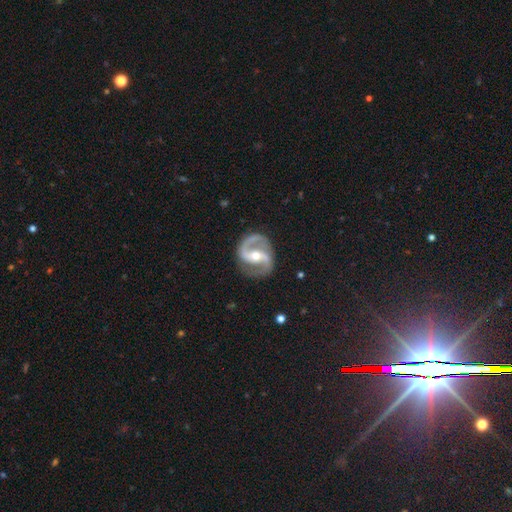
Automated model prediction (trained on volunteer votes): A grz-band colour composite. It shows a featured or disk galaxy (93%) with a strong bar (38%), 2 (94%) medium (61%) spiral arms (98%) and a moderate central bulge (62%). Merging: none (85%).